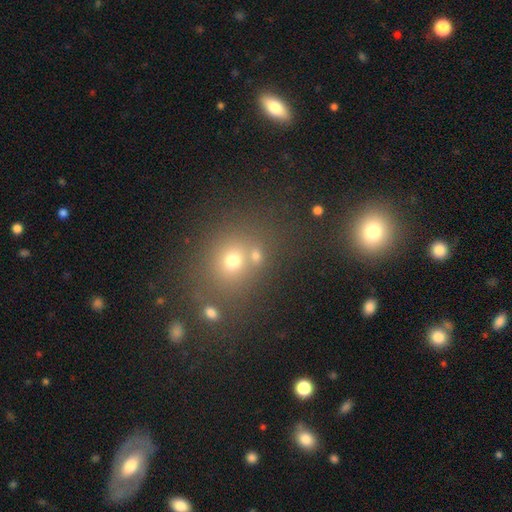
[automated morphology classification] A smooth galaxy with no disk features (67%) that is round (73%). Merging: none (63%).